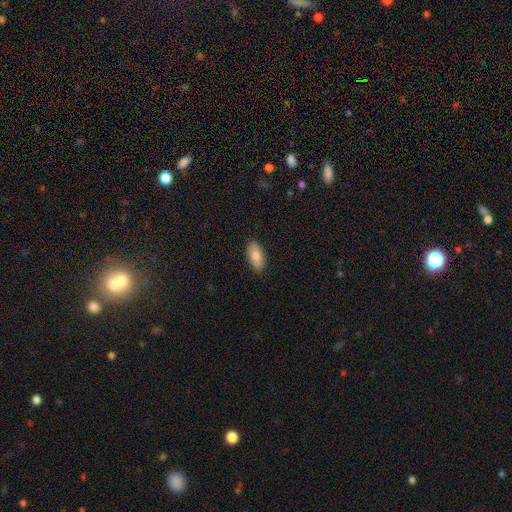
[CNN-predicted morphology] A smooth galaxy with no disk features (76%) that is in between round and cigar-shaped (89%).

Vote fractions:
- Smooth or featured? smooth: 76% / featured or disk: 17% / star or artifact: 7%
- How rounded? in between: 89% / cigar-shaped: 7% / round: 3%
- Merging? none: 87% / minor disturbance: 10% / major disturbance: 2% / merger: 1%